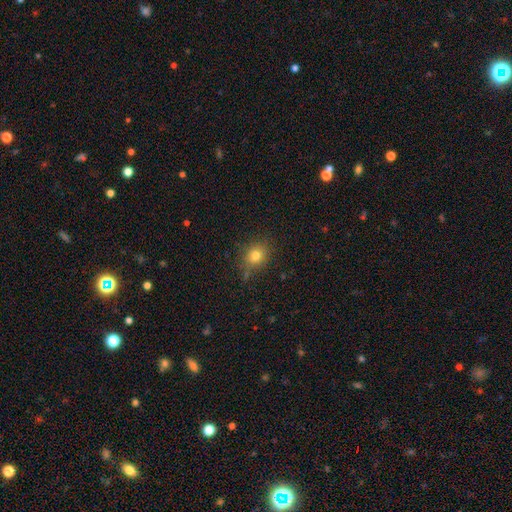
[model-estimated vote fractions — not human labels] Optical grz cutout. It shows a smooth galaxy with no disk features (77%) that is round (71%). Merging: none (78%).